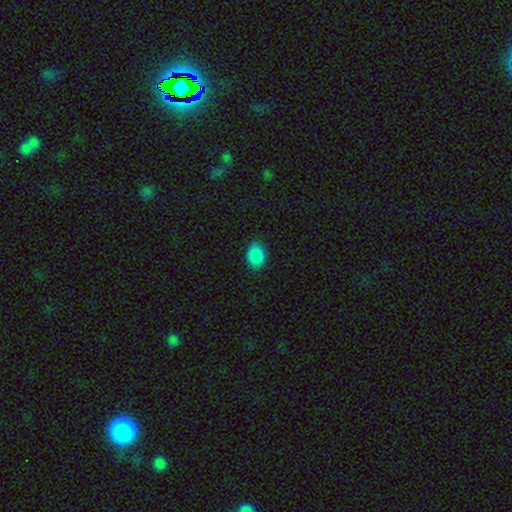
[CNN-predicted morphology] Smooth or featured? smooth (89%)
How rounded? in between (74%)
Merging? none (86%)